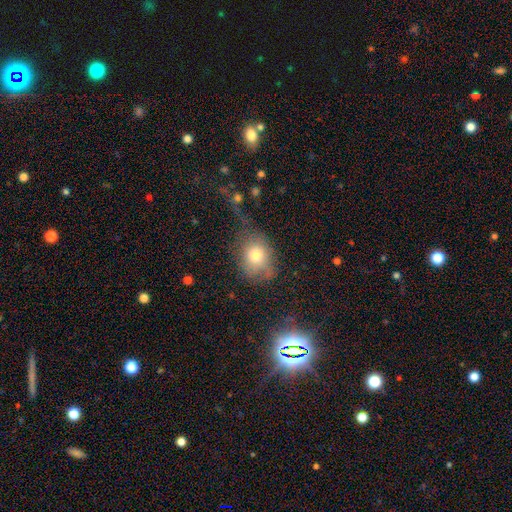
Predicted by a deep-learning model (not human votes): Smooth or featured? Predicted: smooth (p=0.75). How rounded? Predicted: round (p=0.54). Merging? Predicted: none (p=0.44).